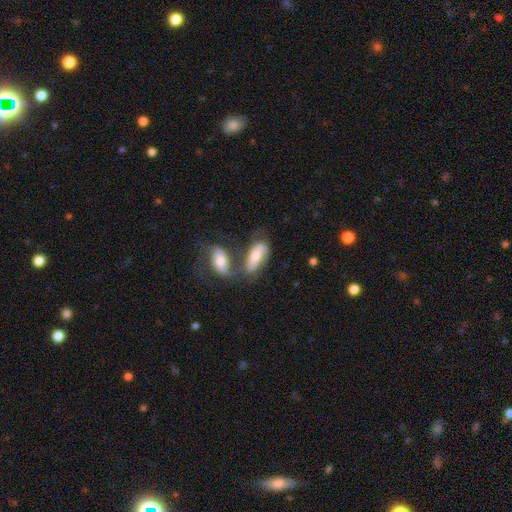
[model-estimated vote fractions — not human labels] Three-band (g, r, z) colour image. It shows a smooth galaxy with no disk features (48%). Merging: merger (53%).